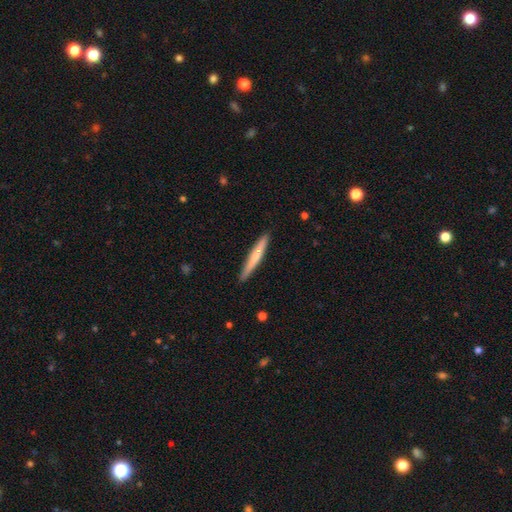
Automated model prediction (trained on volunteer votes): Smooth or featured? Predicted: smooth (p=0.62). How rounded? Predicted: cigar-shaped (p=0.96). Merging? Predicted: none (p=0.90).